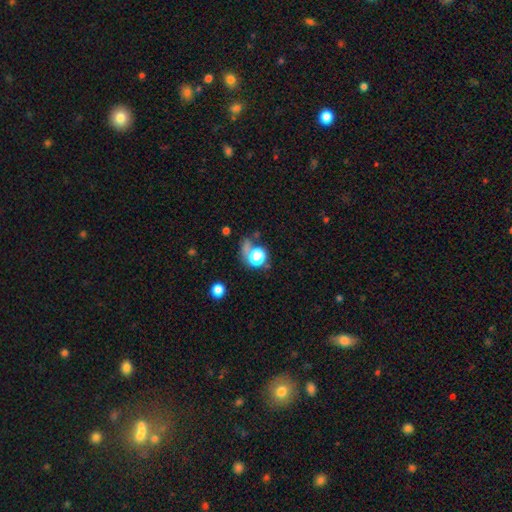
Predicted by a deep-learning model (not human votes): Q: Smooth or featured?
A: smooth (51%); runner-up: star or artifact (37%)
Q: How rounded?
A: round (78%); runner-up: in between (20%)
Q: Merging?
A: none (54%); runner-up: major disturbance (17%)